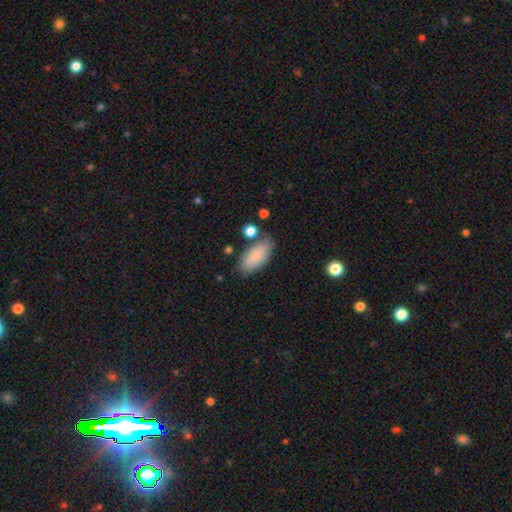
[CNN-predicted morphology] Overall: smooth (86%). How rounded: in between (89%). Merging: none (74%).